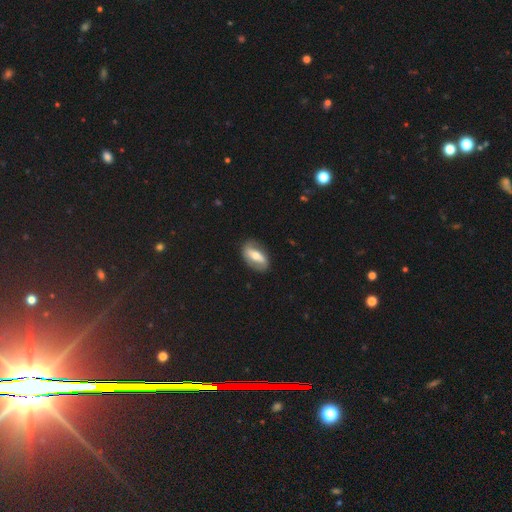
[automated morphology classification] The model was most divided on "spiral arms": yes: 57%, no: 43%. More confident: edge-on disk — no (87%); merging — none (81%); bulge size — moderate (65%); smooth or featured — featured or disk (58%); bar — strong (54%).